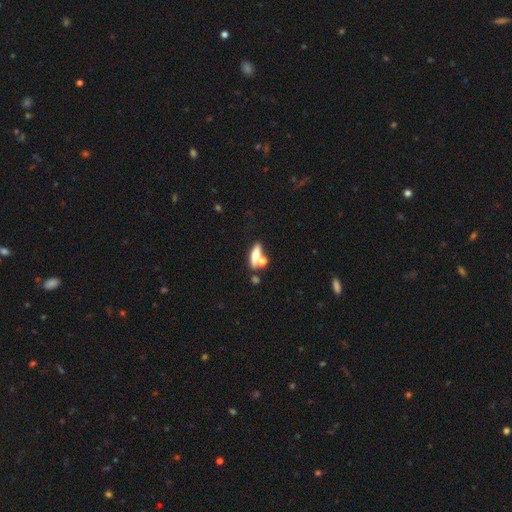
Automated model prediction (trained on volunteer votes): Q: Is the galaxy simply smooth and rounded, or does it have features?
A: smooth — 64%.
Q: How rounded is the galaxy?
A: in between — 46%.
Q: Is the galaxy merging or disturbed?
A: none — 48%.